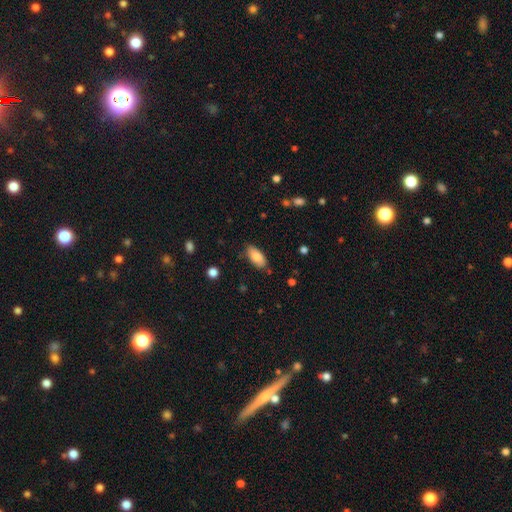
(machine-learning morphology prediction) Smooth or featured? Predicted: smooth (p=0.83). How rounded? Predicted: in between (p=0.89). Merging? Predicted: none (p=0.80).